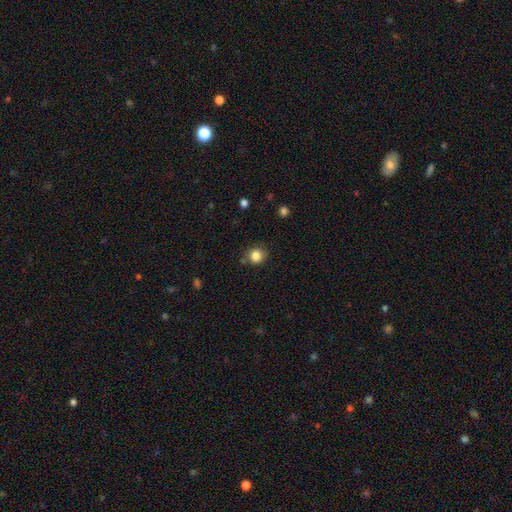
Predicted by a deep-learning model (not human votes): A smooth galaxy with no disk features (85%) that is round (82%). Merging: none (78%).